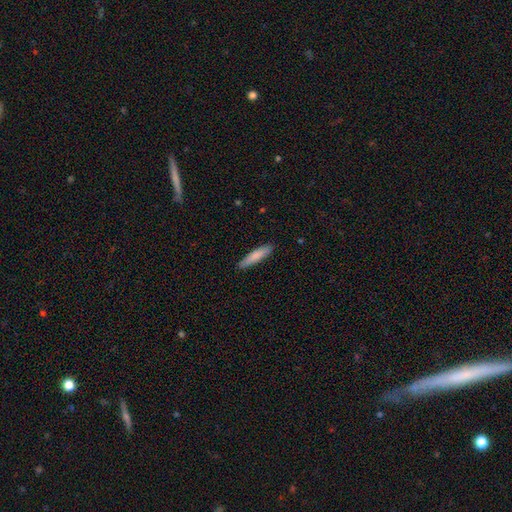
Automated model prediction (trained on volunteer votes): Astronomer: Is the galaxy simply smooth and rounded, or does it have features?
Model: smooth — 80%.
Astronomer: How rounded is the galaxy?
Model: cigar-shaped — 84%.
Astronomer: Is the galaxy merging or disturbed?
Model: none — 88%.